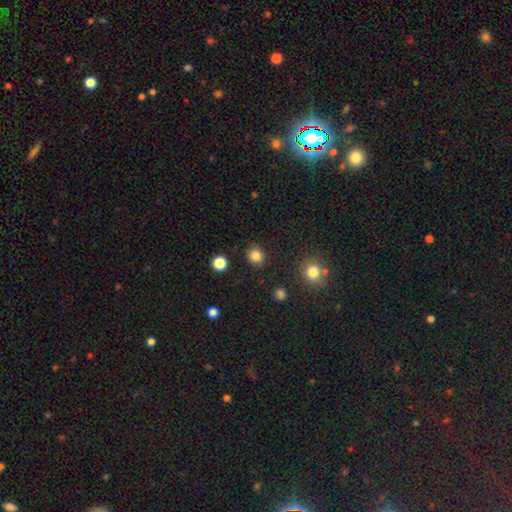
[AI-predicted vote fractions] Smooth or featured? Predicted: smooth (p=0.84). How rounded? Predicted: round (p=0.82). Merging? Predicted: none (p=0.88).